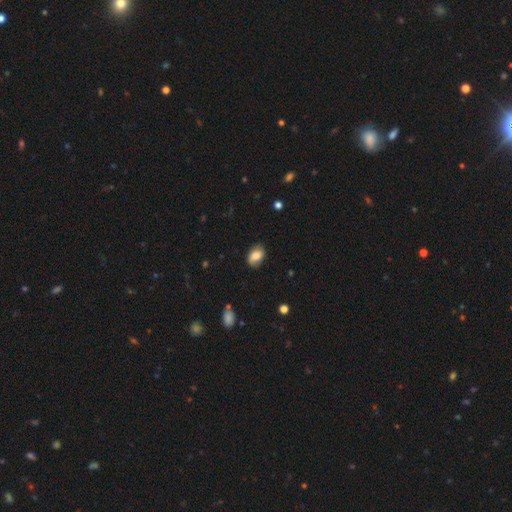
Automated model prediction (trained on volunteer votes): smooth 76%, featured or disk 16%, star or artifact 8%. Down the decision tree: how rounded — in between (85%); merging — none (81%).